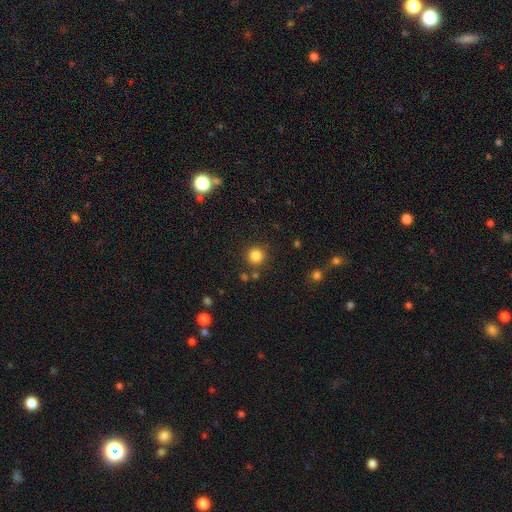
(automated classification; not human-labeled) Smooth or featured?
  - smooth: 83% *
  - star or artifact: 12%
  - featured or disk: 5%
How rounded?
  - round: 95% *
  - in between: 4%
  - cigar-shaped: 1%
Merging?
  - none: 87% *
  - minor disturbance: 7%
  - merger: 4%
  - major disturbance: 3%